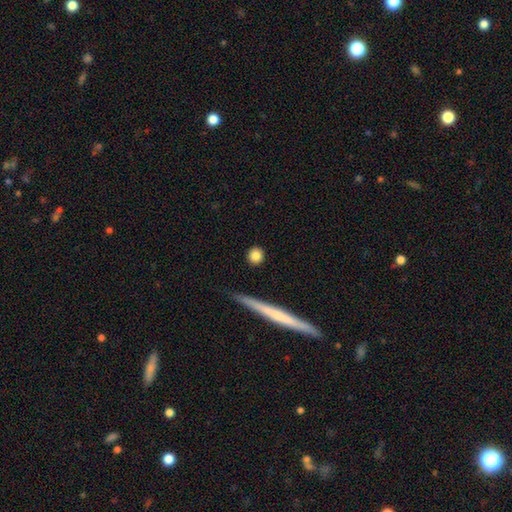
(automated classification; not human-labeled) A smooth galaxy with no disk features (82%) that is round (87%). Merging: none (90%).